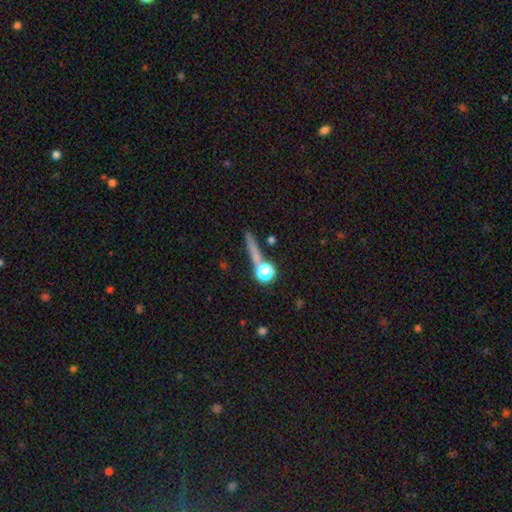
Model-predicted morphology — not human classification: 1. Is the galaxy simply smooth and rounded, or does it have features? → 53% smooth, 25% featured or disk, 22% star or artifact.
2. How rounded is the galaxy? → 55% cigar-shaped, 35% round, 10% in between.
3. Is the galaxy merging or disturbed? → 70% none, 14% merger, 10% minor disturbance, 6% major disturbance.